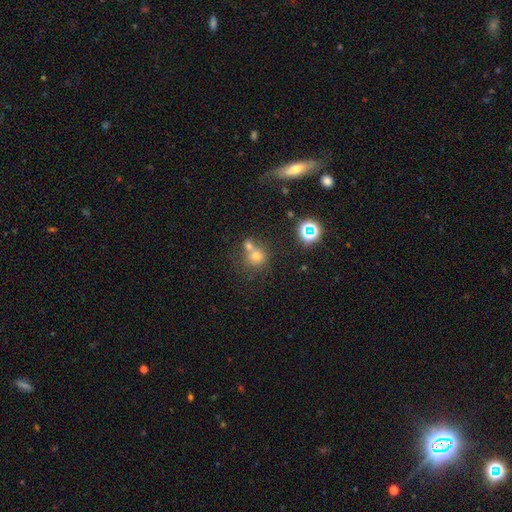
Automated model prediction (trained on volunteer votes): Smooth or featured: smooth — 64% (star or artifact — 22%)
How rounded: round — 84% (in between — 14%)
Merging: none — 48% (merger — 39%)